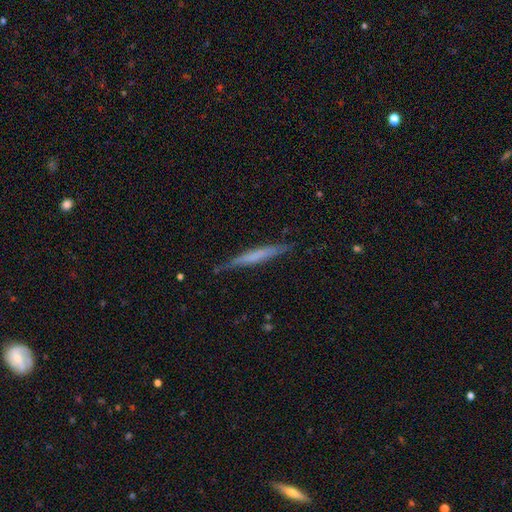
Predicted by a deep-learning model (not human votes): This is possibly a smooth galaxy (48%). Merging: clearly none (84%).